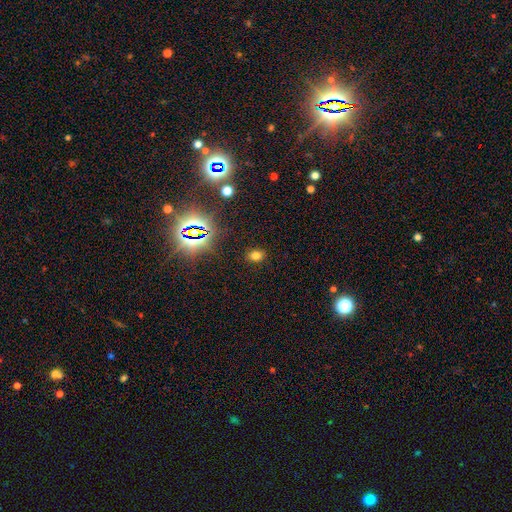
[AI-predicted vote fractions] Overall: smooth (69%). How rounded: in between (66%; round 32%). Merging: none (87%).